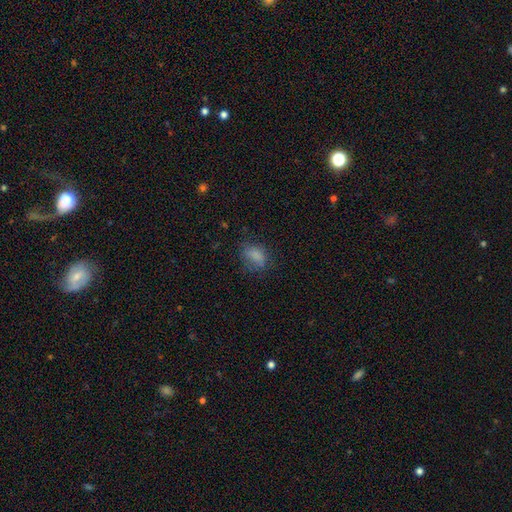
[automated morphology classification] smooth-or-featured: smooth: 77% | star or artifact: 13% | featured or disk: 10%
  how-rounded: in between: 79% | round: 18% | cigar-shaped: 4%
  merging: none: 60% | minor disturbance: 24% | major disturbance: 14% | merger: 2%